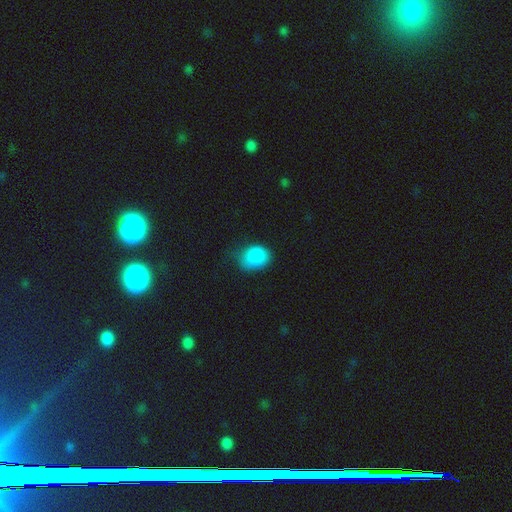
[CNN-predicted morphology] smooth-or-featured: smooth: 87% | star or artifact: 9% | featured or disk: 4%
  how-rounded: in between: 60% | round: 39% | cigar-shaped: 1%
  merging: none: 50% | minor disturbance: 37% | major disturbance: 11% | merger: 2%